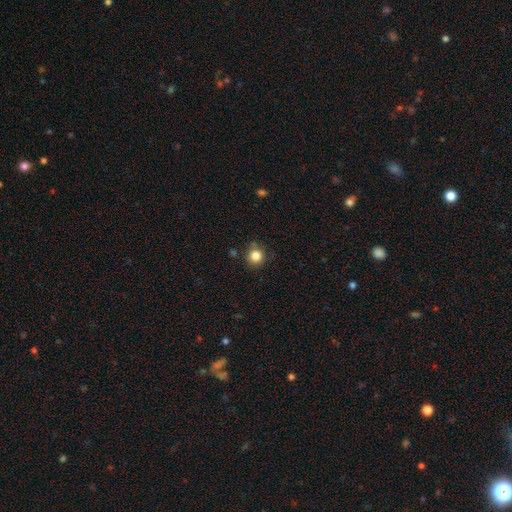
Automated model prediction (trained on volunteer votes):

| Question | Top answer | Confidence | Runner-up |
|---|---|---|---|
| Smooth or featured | smooth | 84% | star or artifact (11%) |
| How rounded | round | 90% | in between (9%) |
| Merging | none | 81% | minor disturbance (13%) |